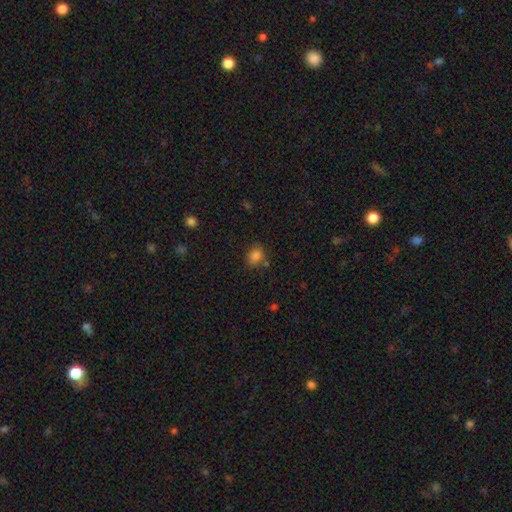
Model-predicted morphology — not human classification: Q: Smooth or featured?
A: smooth (83%); runner-up: star or artifact (12%)
Q: How rounded?
A: in between (65%); runner-up: round (34%)
Q: Merging?
A: none (69%); runner-up: minor disturbance (17%)